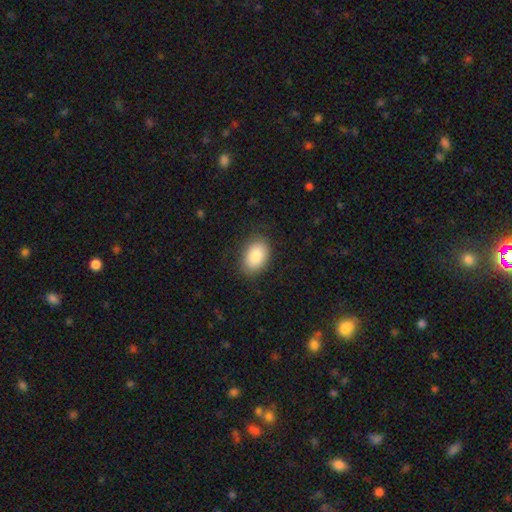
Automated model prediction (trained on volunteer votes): Morphology: type=smooth (86%); roundness=in between (86%); merging=none (82%).